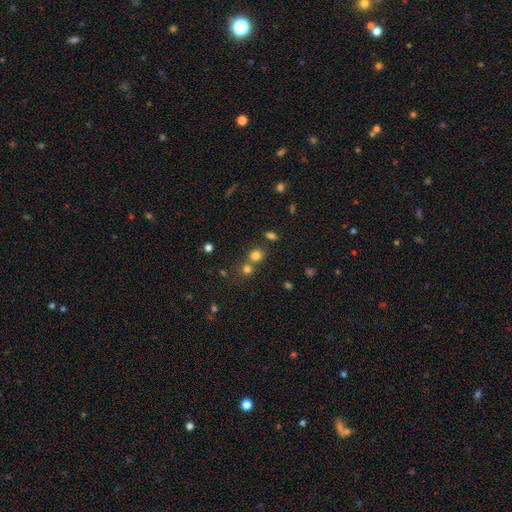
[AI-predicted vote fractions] A smooth galaxy with no disk features (74%) that is round (80%).

Vote fractions:
- Smooth or featured? smooth: 74% / star or artifact: 18% / featured or disk: 8%
- How rounded? round: 80% / in between: 19% / cigar-shaped: 1%
- Merging? none: 56% / merger: 34% / minor disturbance: 7% / major disturbance: 3%